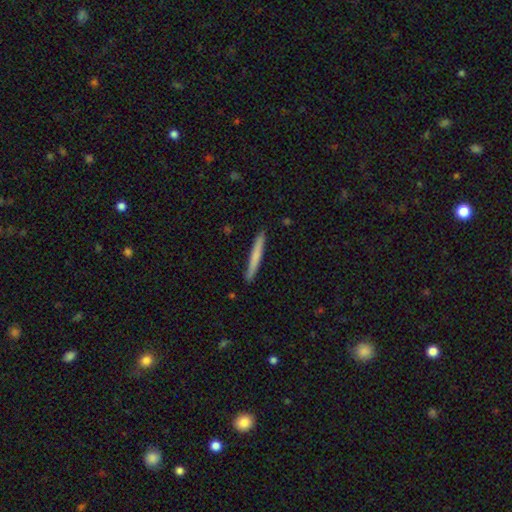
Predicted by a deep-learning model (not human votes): This is likely a smooth galaxy (70%). How rounded: clearly cigar-shaped (97%). Merging: clearly none (90%).